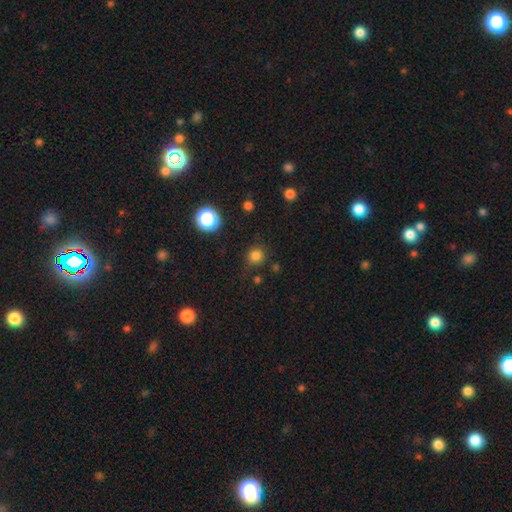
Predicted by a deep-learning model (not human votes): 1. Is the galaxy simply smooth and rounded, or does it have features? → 81% smooth, 15% star or artifact, 4% featured or disk.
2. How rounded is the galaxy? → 90% round, 9% in between, 1% cigar-shaped.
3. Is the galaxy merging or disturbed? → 80% none, 13% minor disturbance, 4% major disturbance, 3% merger.